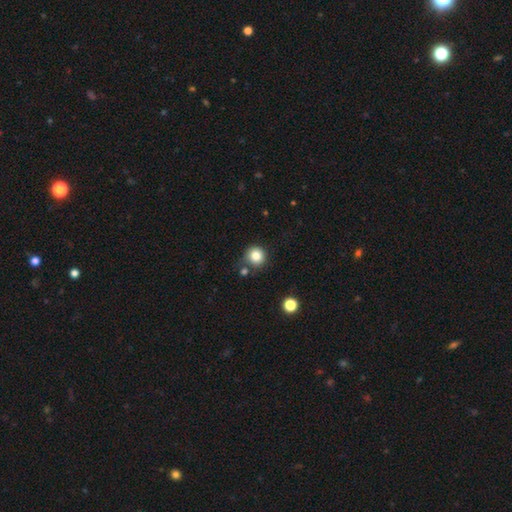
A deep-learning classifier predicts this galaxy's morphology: smooth-or-featured: smooth: 82% | star or artifact: 11% | featured or disk: 6%
  how-rounded: round: 93% | in between: 6% | cigar-shaped: 1%
  merging: none: 73% | minor disturbance: 14% | merger: 9% | major disturbance: 4%